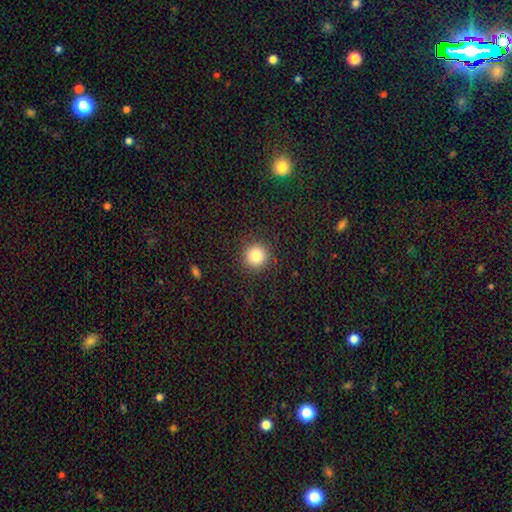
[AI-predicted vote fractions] Overall: smooth (83%). How rounded: round (94%). Merging: none (91%).